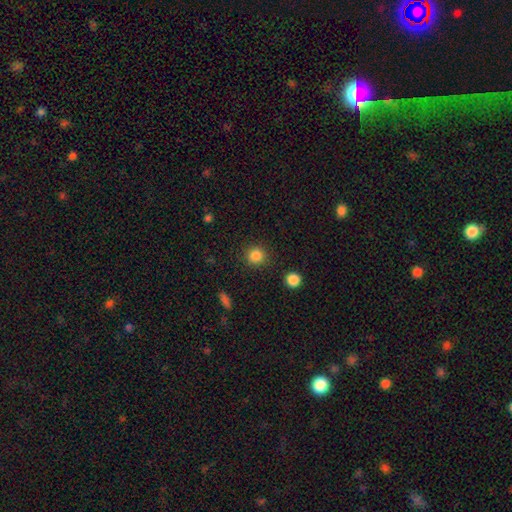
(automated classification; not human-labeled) Q: Smooth or featured?
A: smooth (85%); runner-up: star or artifact (11%)
Q: How rounded?
A: round (92%); runner-up: in between (7%)
Q: Merging?
A: none (89%); runner-up: minor disturbance (6%)